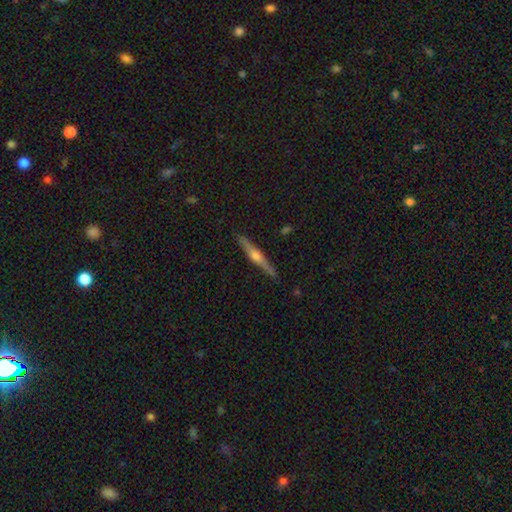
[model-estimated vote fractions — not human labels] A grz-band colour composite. It shows a featured or disk galaxy (73%) viewed edge-on (98%) with a rounded central bulge (89%). Merging: none (90%).